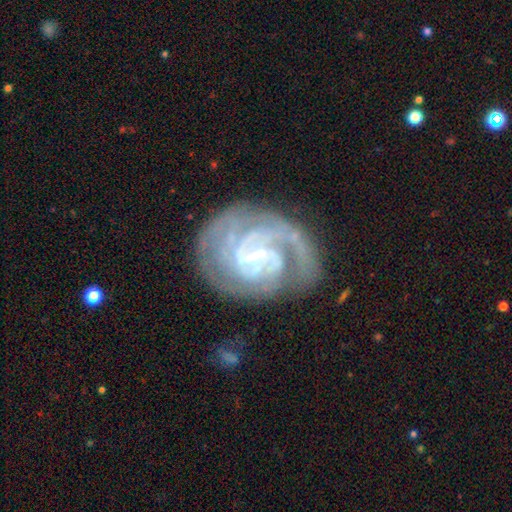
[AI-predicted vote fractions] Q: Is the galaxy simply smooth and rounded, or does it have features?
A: featured or disk — 88%.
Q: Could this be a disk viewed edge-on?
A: no — 98%.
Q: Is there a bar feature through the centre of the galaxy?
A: weak — 54%.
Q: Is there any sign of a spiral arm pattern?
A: yes — 97%.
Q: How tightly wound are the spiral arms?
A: tight — 64%.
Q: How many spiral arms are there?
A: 2 — 33%.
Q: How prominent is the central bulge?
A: small — 65%.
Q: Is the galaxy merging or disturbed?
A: none — 67%.